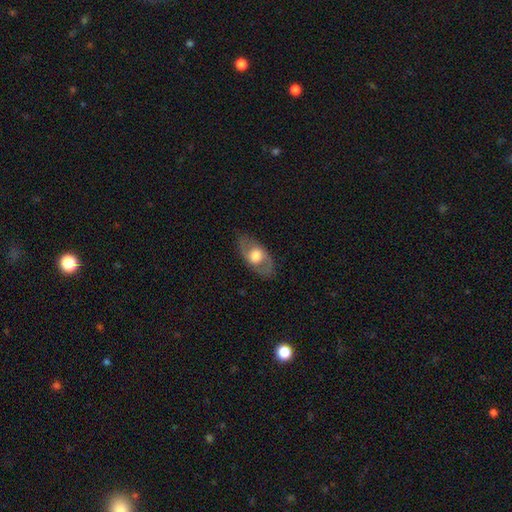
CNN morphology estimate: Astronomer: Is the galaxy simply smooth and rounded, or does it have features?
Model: featured or disk — 55% (runner-up: smooth, 39%).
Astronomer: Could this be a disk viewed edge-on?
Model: no — 82%.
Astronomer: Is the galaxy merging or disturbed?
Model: none — 81%.